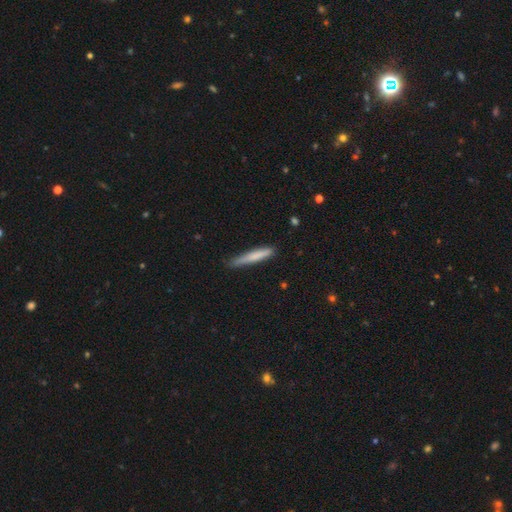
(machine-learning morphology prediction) A smooth galaxy with no disk features (74%) that is cigar-shaped (94%). Merging: none (73%).